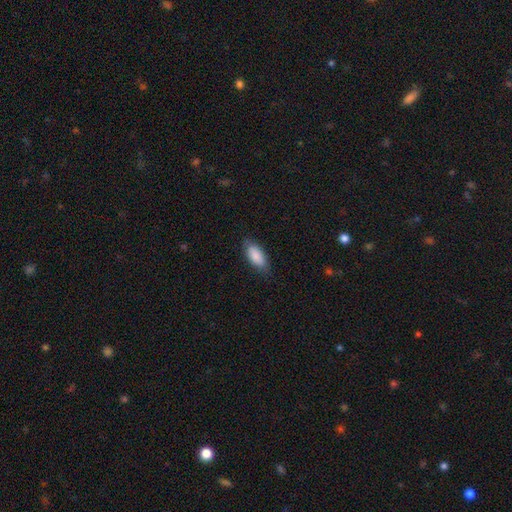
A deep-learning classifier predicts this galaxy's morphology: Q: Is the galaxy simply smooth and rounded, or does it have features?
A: smooth — 87%.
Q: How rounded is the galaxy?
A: in between — 88%.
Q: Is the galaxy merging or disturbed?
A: none — 80%.